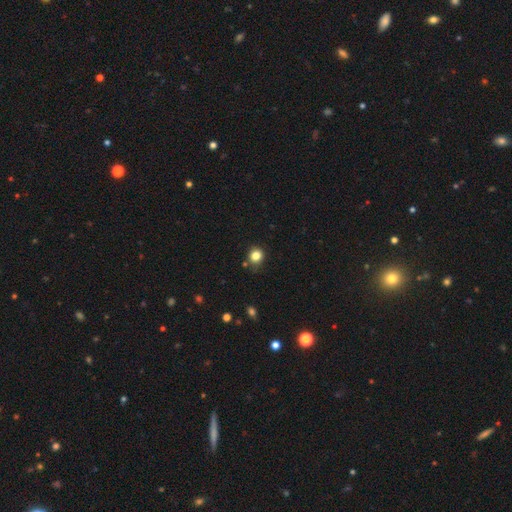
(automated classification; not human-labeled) smooth-or-featured: smooth: 82% | star or artifact: 12% | featured or disk: 5%
  how-rounded: round: 82% | in between: 18% | cigar-shaped: 1%
  merging: none: 79% | minor disturbance: 14% | merger: 4% | major disturbance: 3%